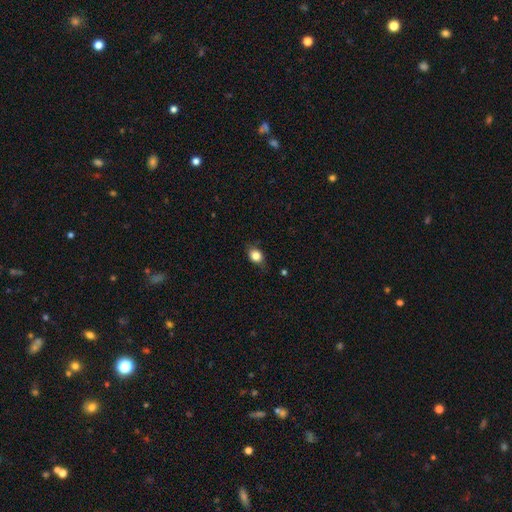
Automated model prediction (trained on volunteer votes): smooth-or-featured: smooth: 82% | star or artifact: 9% | featured or disk: 9%
  how-rounded: in between: 56% | round: 42% | cigar-shaped: 2%
  merging: none: 73% | minor disturbance: 21% | major disturbance: 5% | merger: 1%